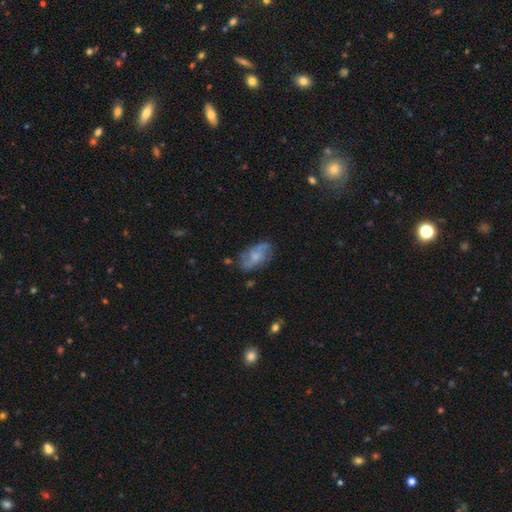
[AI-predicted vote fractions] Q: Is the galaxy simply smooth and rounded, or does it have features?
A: featured or disk — 63%.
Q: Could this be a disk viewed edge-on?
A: no — 95%.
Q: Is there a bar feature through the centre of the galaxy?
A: no — 60%.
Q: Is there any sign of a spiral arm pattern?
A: yes — 85%.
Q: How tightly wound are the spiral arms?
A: medium — 42%.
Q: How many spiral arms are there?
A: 2 — 60%.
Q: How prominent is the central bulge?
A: small — 38%.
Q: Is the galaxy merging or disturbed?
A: none — 68%.